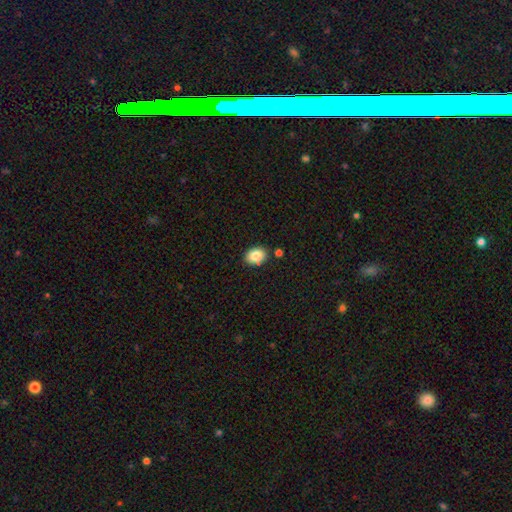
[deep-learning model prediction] Q: Smooth or featured?
A: smooth (84%); runner-up: star or artifact (9%)
Q: How rounded?
A: in between (66%); runner-up: round (33%)
Q: Merging?
A: none (81%); runner-up: minor disturbance (12%)